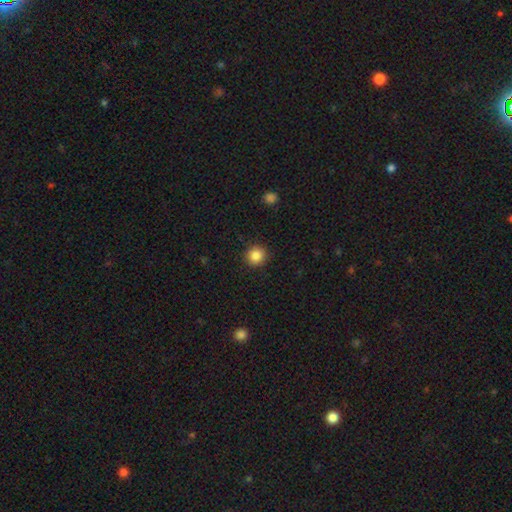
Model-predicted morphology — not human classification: A smooth galaxy with no disk features (86%) that is round (93%). Merging: none (91%).